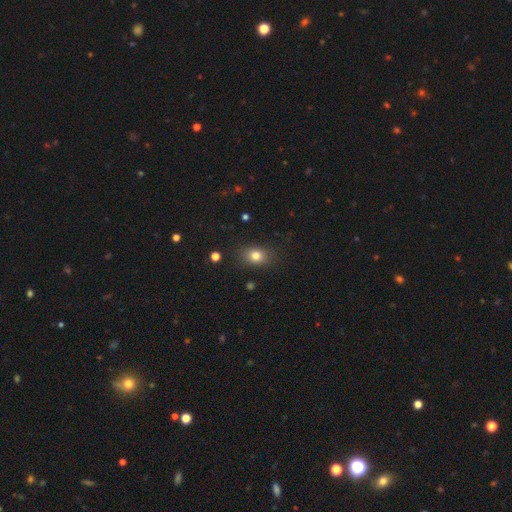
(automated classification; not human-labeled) Smooth or featured? Predicted: smooth (p=0.80). How rounded? Predicted: in between (p=0.62). Merging? Predicted: none (p=0.84).